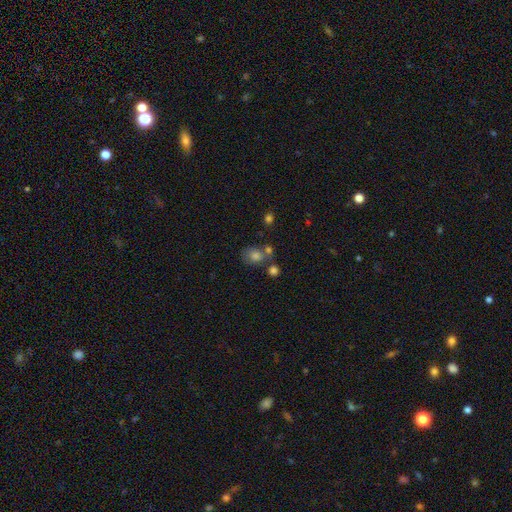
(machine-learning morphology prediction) smooth-or-featured: smooth: 70% | star or artifact: 16% | featured or disk: 15%
  how-rounded: round: 57% | in between: 42% | cigar-shaped: 1%
  merging: none: 52% | merger: 23% | minor disturbance: 17% | major disturbance: 8%